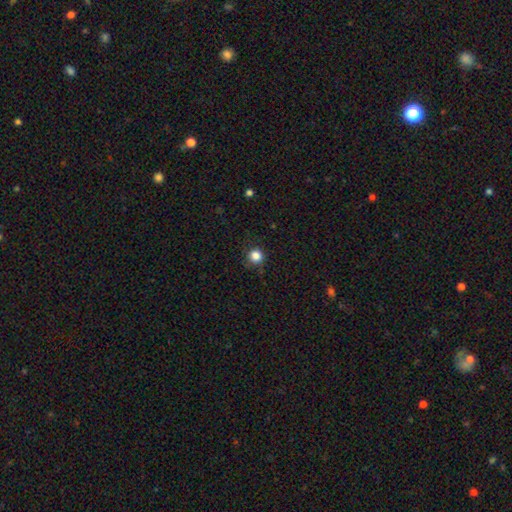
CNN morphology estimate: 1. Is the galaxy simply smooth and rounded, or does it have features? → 85% smooth, 12% star or artifact, 3% featured or disk.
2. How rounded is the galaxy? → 94% round, 5% in between, 1% cigar-shaped.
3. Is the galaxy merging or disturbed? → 87% none, 9% minor disturbance, 3% major disturbance, 1% merger.